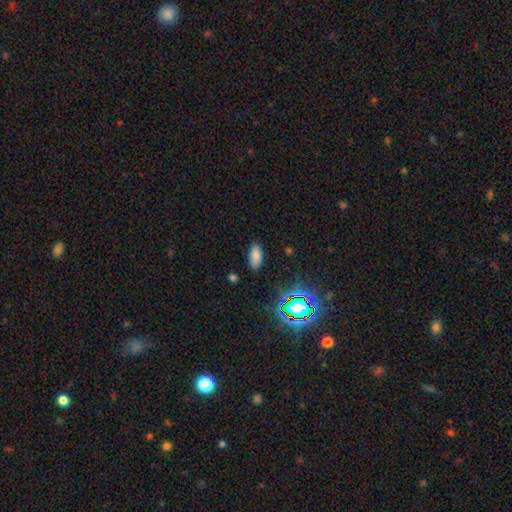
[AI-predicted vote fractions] Overall: smooth (77%). How rounded: in between (88%). Merging: none (84%).